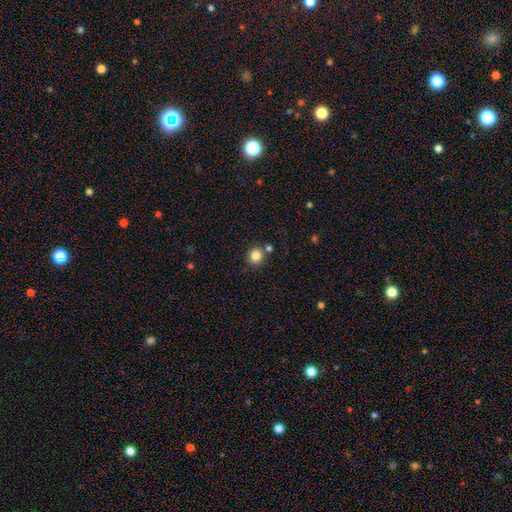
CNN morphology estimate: Smooth or featured: smooth — 83% (star or artifact — 12%)
How rounded: round — 92% (in between — 7%)
Merging: none — 80% (merger — 10%)